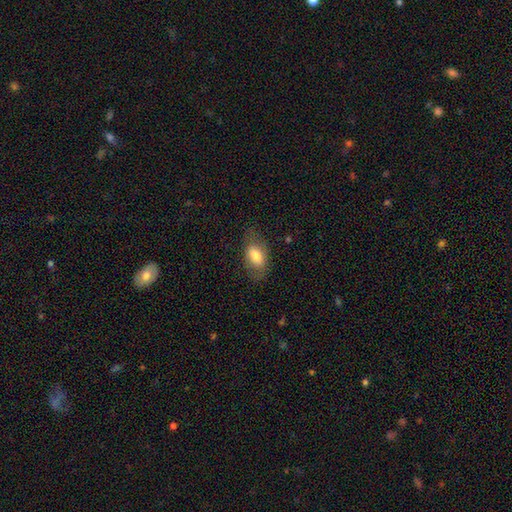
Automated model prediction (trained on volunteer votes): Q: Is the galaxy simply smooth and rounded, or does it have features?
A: smooth — 72%.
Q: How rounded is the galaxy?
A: in between — 90%.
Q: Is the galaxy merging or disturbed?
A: none — 70%.